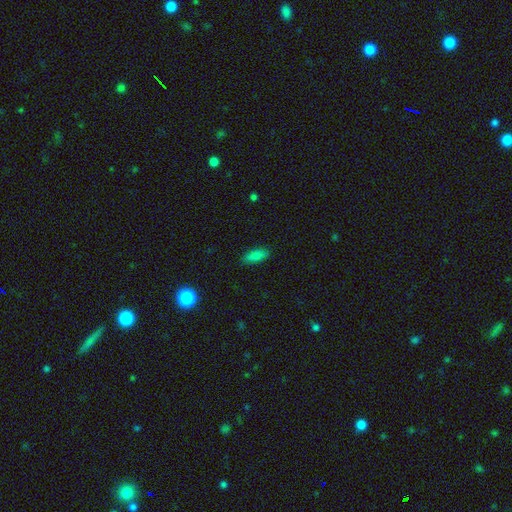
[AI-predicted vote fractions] smooth 82%, star or artifact 9%, featured or disk 8%. Down the decision tree: how rounded — in between (74%); merging — none (86%).